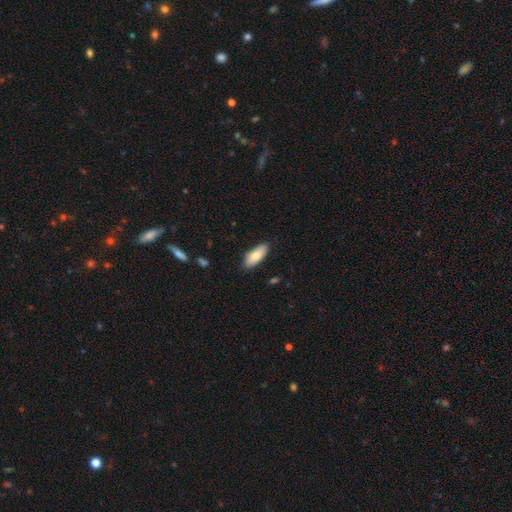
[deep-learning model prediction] Overall: smooth (77%). How rounded: in between (78%). Merging: none (86%).